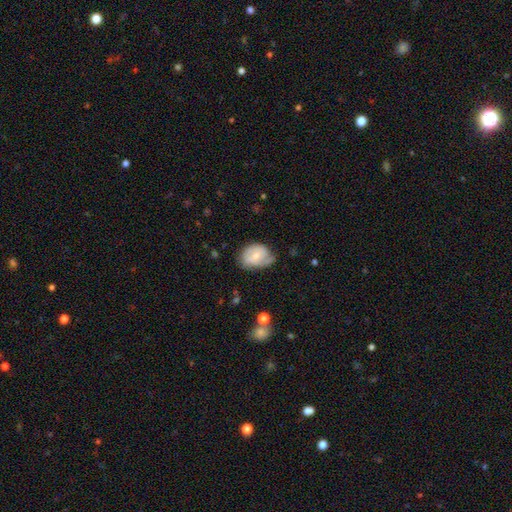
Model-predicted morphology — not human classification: smooth 49%, featured or disk 44%, star or artifact 7%. Down the decision tree: merging — none (47%).